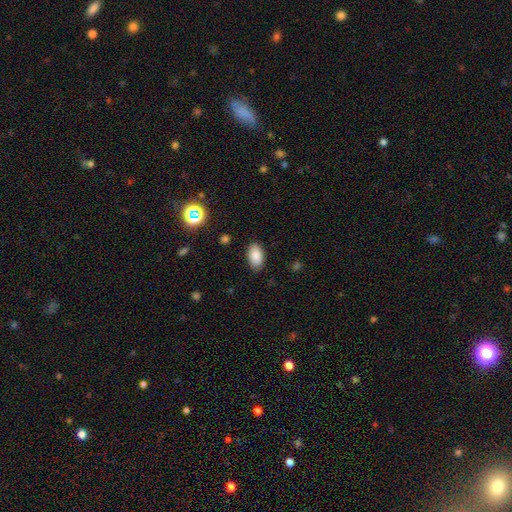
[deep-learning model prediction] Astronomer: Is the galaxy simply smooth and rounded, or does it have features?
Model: smooth — 87%.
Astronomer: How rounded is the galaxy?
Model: in between — 94%.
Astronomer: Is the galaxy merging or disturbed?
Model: none — 85%.